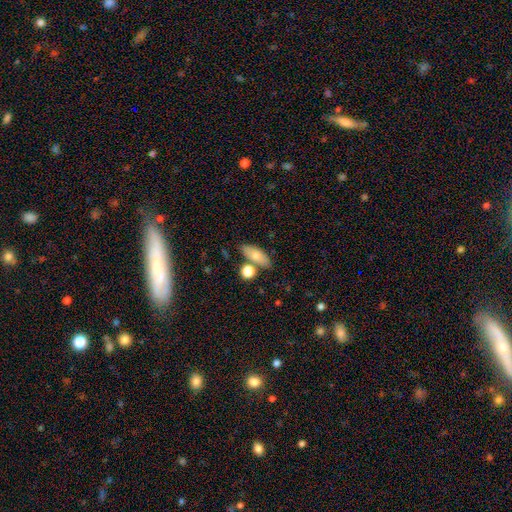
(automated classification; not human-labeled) Q: Smooth or featured?
A: smooth (74%); runner-up: featured or disk (19%)
Q: How rounded?
A: in between (72%); runner-up: cigar-shaped (21%)
Q: Merging?
A: none (70%); runner-up: merger (14%)